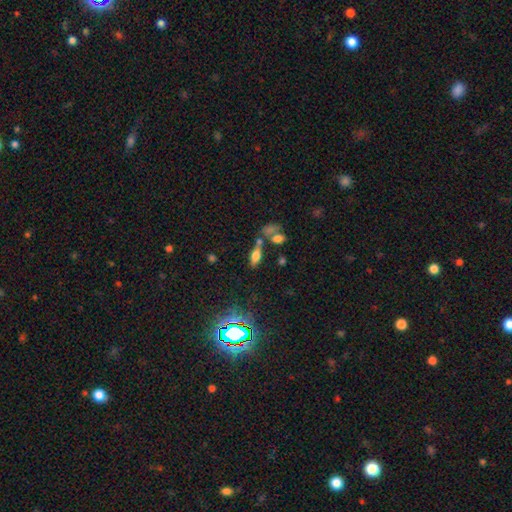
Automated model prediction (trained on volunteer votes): Morphology: type=smooth (54%); roundness=in between (69%); merging=none (60%).